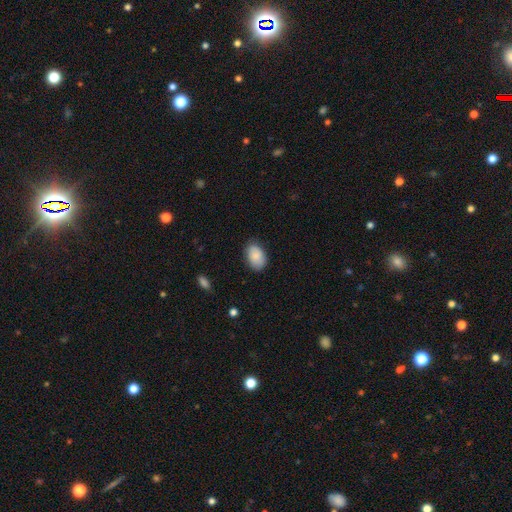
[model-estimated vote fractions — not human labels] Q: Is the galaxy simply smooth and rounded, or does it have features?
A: smooth — 86%.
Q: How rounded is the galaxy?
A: in between — 88%.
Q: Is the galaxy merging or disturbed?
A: none — 80%.